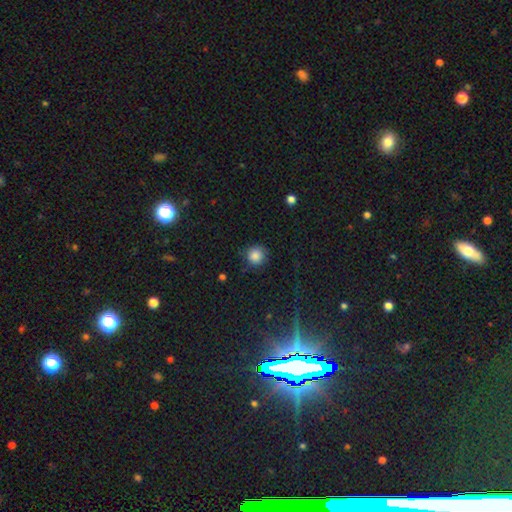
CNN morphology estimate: Smooth or featured?
  - smooth: 84% *
  - star or artifact: 11%
  - featured or disk: 5%
How rounded?
  - round: 93% *
  - in between: 6%
  - cigar-shaped: 1%
Merging?
  - none: 81% *
  - minor disturbance: 14%
  - major disturbance: 4%
  - merger: 2%